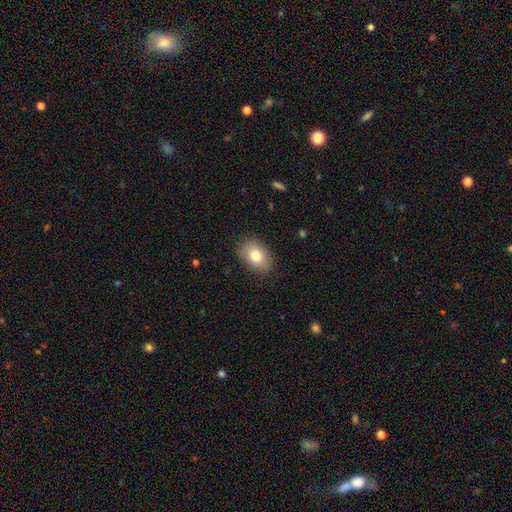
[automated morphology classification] Smooth or featured: smooth — 78% (featured or disk — 13%)
How rounded: in between — 82% (round — 17%)
Merging: none — 87% (minor disturbance — 9%)